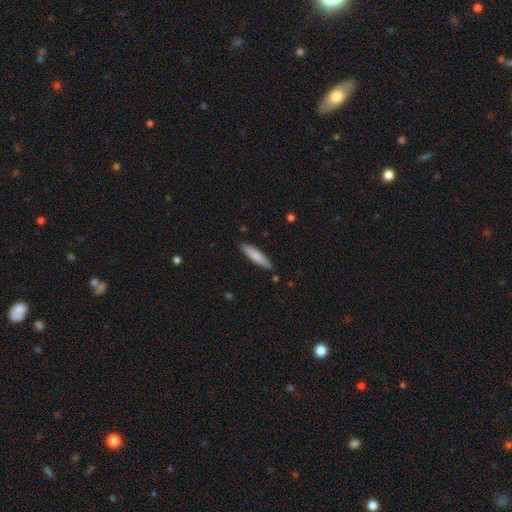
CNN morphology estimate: Smooth or featured? Predicted: smooth (p=0.80). How rounded? Predicted: cigar-shaped (p=0.83). Merging? Predicted: none (p=0.86).